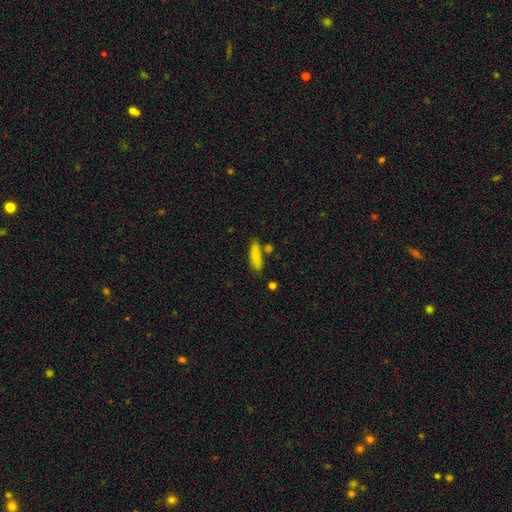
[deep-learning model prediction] The model was most divided on "how rounded": cigar-shaped: 63%, in between: 35%, round: 2%. More confident: smooth or featured — smooth (82%); merging — none (73%).